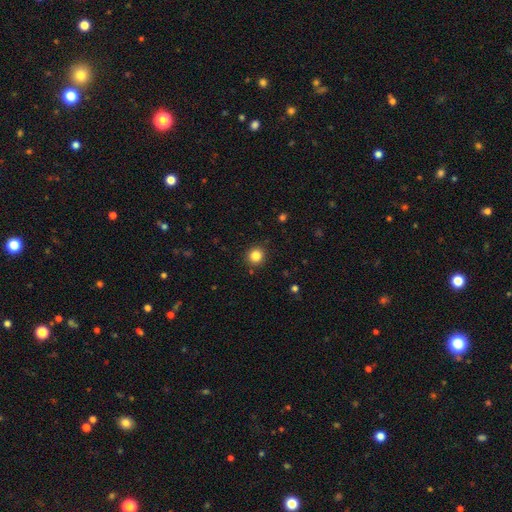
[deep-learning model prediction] smooth-or-featured: smooth: 83% | star or artifact: 12% | featured or disk: 5%
  how-rounded: round: 91% | in between: 8% | cigar-shaped: 1%
  merging: none: 91% | minor disturbance: 6% | major disturbance: 2% | merger: 1%